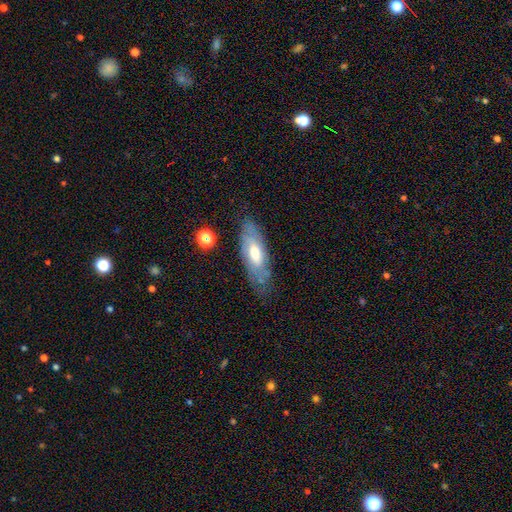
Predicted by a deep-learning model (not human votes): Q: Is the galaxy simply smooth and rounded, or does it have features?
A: featured or disk — 53%.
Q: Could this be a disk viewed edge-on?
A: no — 69%.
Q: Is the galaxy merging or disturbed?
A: none — 73%.